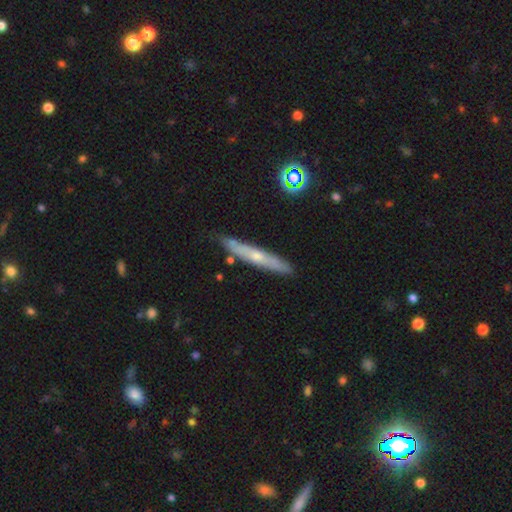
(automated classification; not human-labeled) smooth_or_featured: featured or disk (p=0.55) [alt: smooth p=0.37]
disk_edge_on: yes (p=0.88) [alt: no p=0.12]
merging: none (p=0.82) [alt: minor disturbance p=0.13]